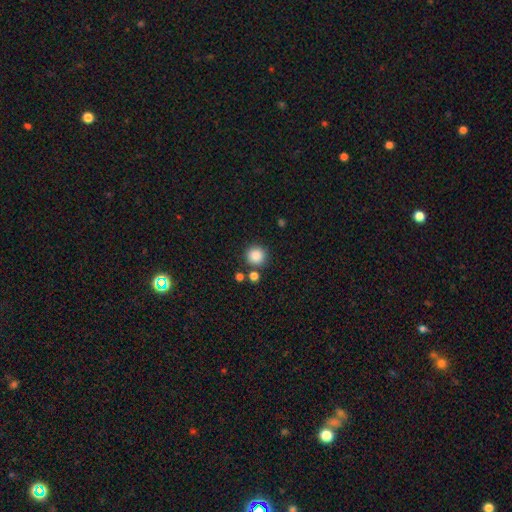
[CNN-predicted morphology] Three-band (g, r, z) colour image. It shows a smooth galaxy with no disk features (86%) that is round (93%). Merging: none (82%).